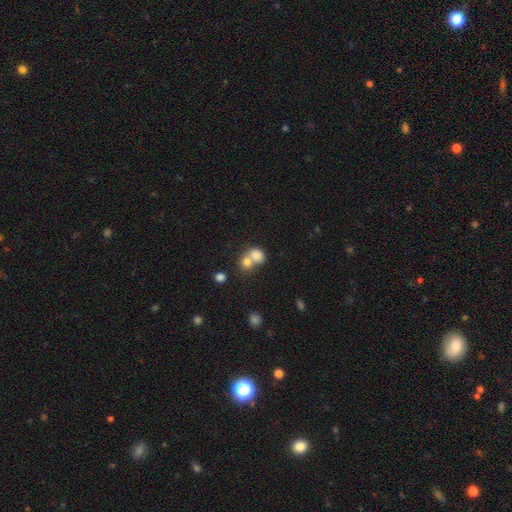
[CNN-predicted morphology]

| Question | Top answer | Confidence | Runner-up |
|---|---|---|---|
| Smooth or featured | smooth | 78% | featured or disk (12%) |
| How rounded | round | 55% | in between (44%) |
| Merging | merger | 64% | none (26%) |